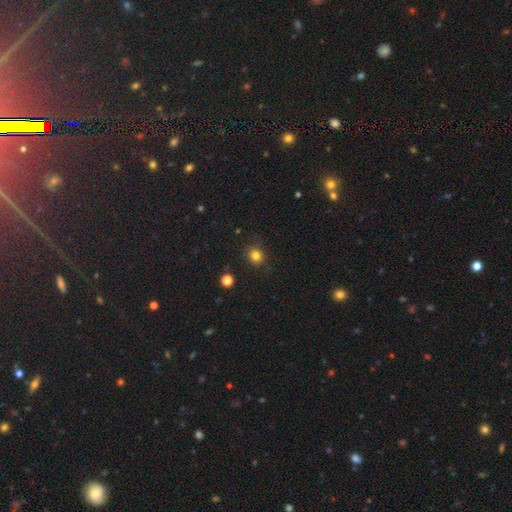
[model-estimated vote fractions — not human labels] This appears to be a smooth galaxy with no disk features (82%) that is round (86%). Merging: none (84%).